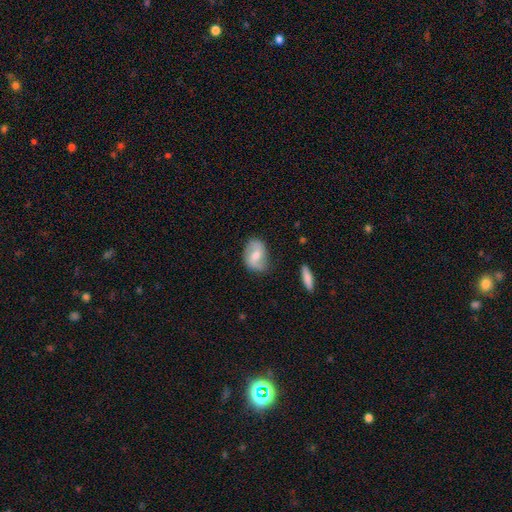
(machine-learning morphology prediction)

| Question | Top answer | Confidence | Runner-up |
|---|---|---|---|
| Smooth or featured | featured or disk | 54% | smooth (39%) |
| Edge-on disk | no | 96% | yes (4%) |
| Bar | weak | 48% | no (35%) |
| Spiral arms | yes | 84% | no (16%) |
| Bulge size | moderate | 63% | small (29%) |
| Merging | none | 77% | minor disturbance (17%) |